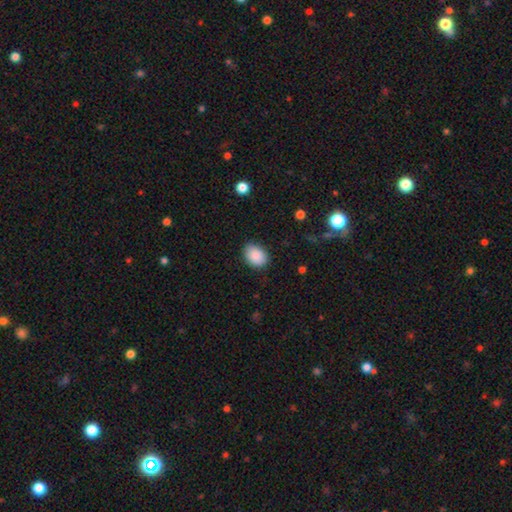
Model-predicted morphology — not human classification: Smooth or featured: smooth — 89% (star or artifact — 7%)
How rounded: in between — 73% (round — 26%)
Merging: none — 85% (minor disturbance — 12%)